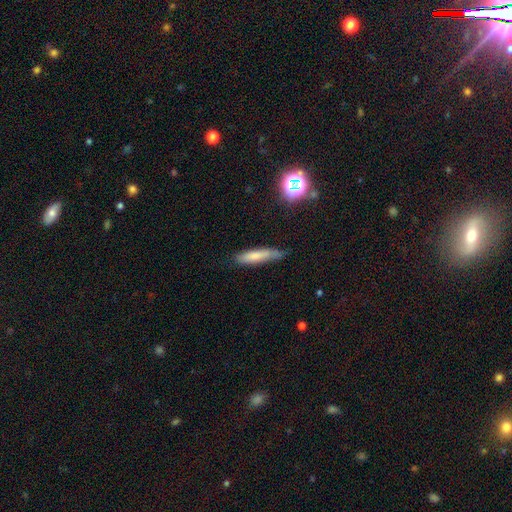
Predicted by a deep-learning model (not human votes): A smooth galaxy with no disk features (72%) that is cigar-shaped (79%). Merging: none (61%).